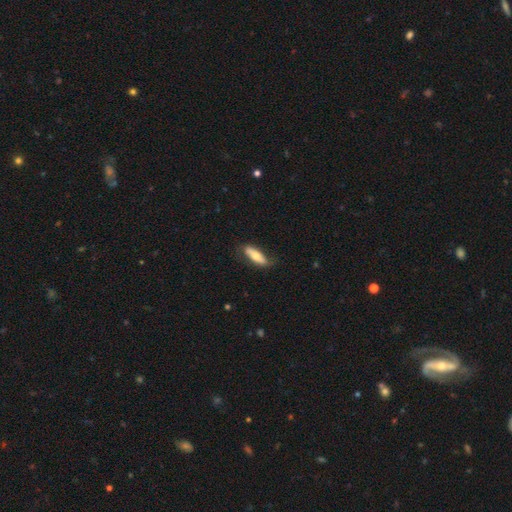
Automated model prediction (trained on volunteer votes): smooth_or_featured: smooth (p=0.62) [alt: featured or disk p=0.33]
how_rounded: in between (p=0.59) [alt: cigar-shaped p=0.39]
merging: none (p=0.72) [alt: minor disturbance p=0.21]